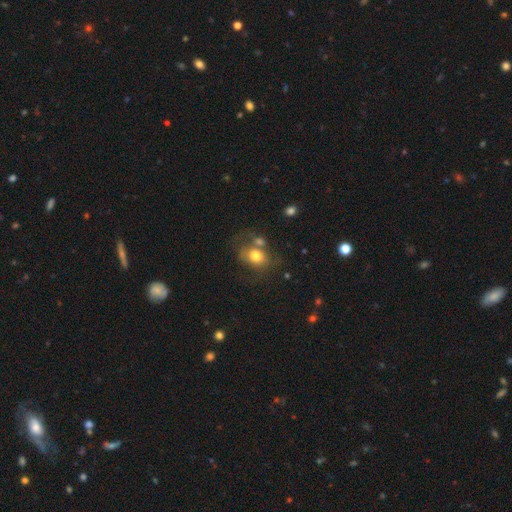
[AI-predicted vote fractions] Smooth or featured: smooth — 71% (featured or disk — 20%)
How rounded: in between — 56% (round — 43%)
Merging: none — 44% (merger — 24%)